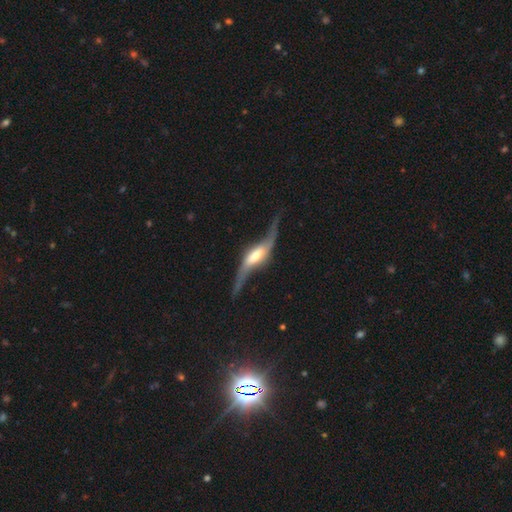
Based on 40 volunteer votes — This appears to be a featured or disk galaxy (80%) with a weak bar (53%), 2 (100%) loose (100%) spiral arms (100%) and a moderate central bulge (58%). Merging: none (58%).